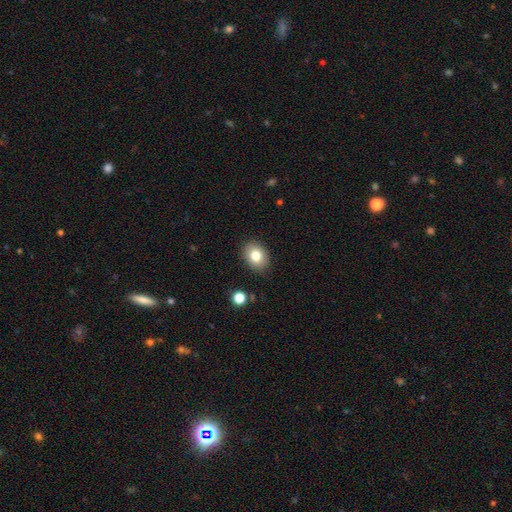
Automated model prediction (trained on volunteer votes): Overall: smooth (81%). How rounded: in between (63%; round 36%). Merging: none (88%).